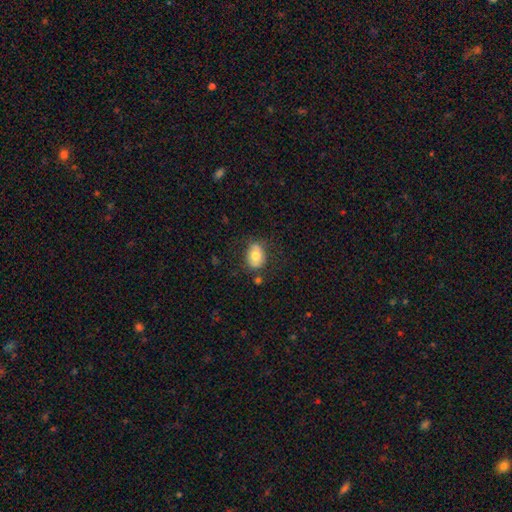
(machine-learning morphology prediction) This is likely a smooth galaxy (74%). How rounded: likely in between (76%). Merging: likely none (73%).